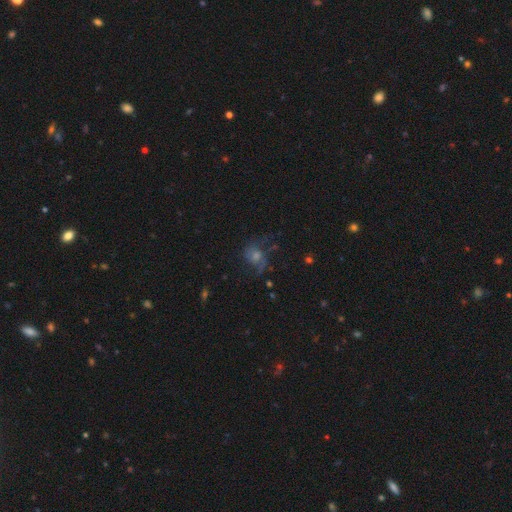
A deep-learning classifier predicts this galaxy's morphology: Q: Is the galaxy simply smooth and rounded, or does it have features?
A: featured or disk — 48%.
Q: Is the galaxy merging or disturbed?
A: none — 56%.